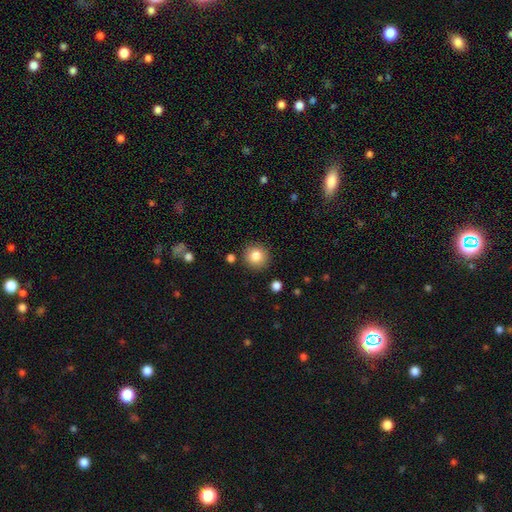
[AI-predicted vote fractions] smooth 84%, star or artifact 10%, featured or disk 6%. Down the decision tree: how rounded — round (92%); merging — none (89%).